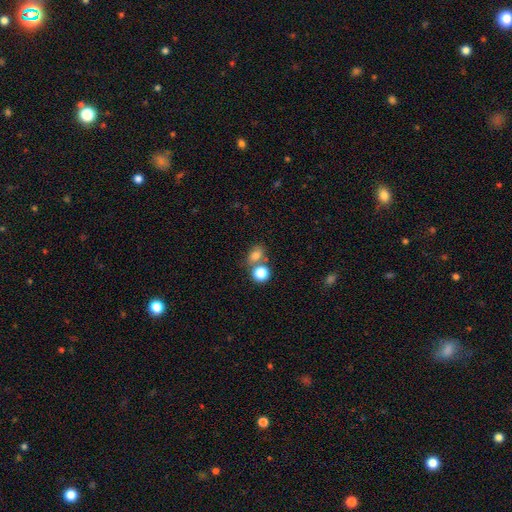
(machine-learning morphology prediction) Overall: smooth (77%). How rounded: in between (53%; round 45%). Merging: none (53%; merger 31%).